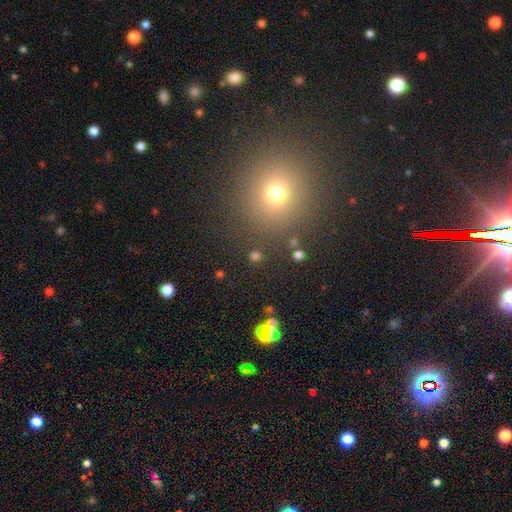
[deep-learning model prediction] The model was most divided on "smooth or featured": smooth: 59%, star or artifact: 33%, featured or disk: 8%. More confident: how rounded — round (89%); merging — none (86%).